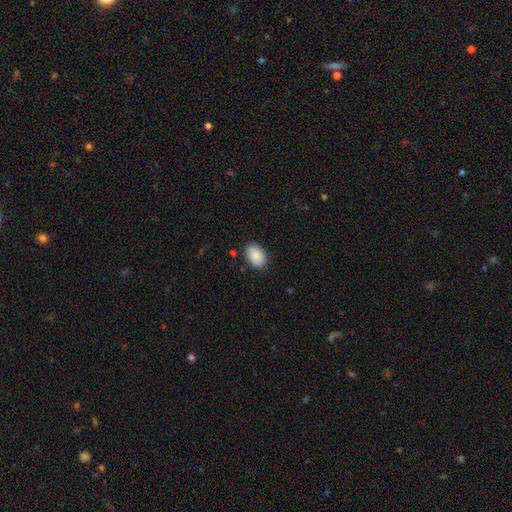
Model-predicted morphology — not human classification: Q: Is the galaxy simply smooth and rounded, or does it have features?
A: smooth — 87%.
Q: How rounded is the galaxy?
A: in between — 86%.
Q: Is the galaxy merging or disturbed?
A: none — 85%.